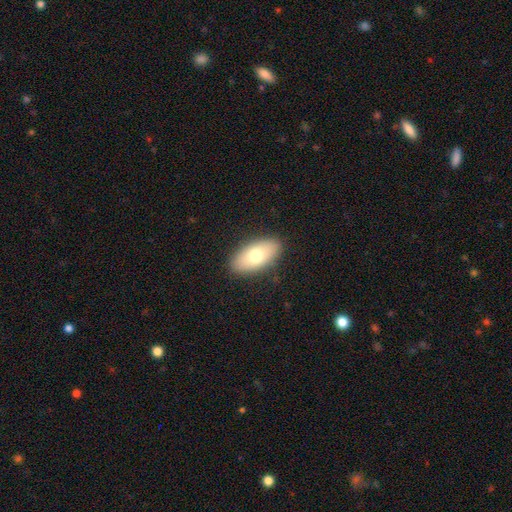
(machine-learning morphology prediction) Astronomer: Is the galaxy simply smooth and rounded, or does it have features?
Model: smooth — 73%.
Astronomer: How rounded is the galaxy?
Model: in between — 92%.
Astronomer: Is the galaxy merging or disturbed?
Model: none — 87%.